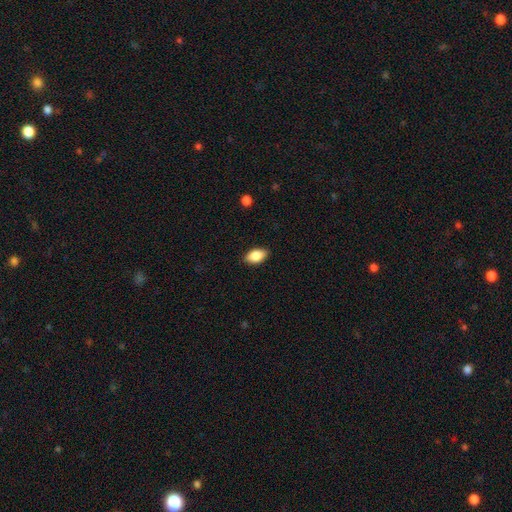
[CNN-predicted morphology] A smooth galaxy with no disk features (86%) that is in between round and cigar-shaped (92%). Merging: none (86%).